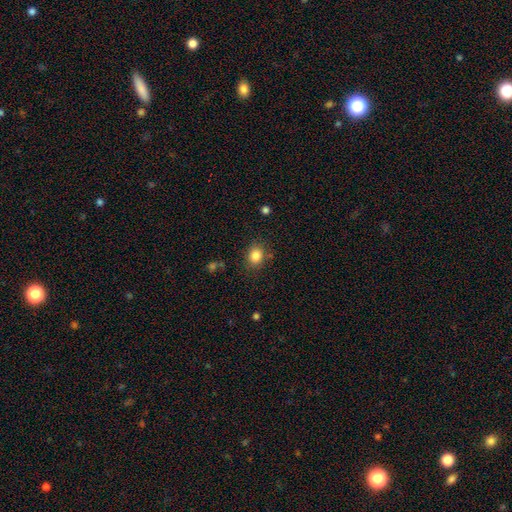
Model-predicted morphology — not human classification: smooth 84%, star or artifact 10%, featured or disk 6%. Down the decision tree: how rounded — round (62%); merging — none (80%).